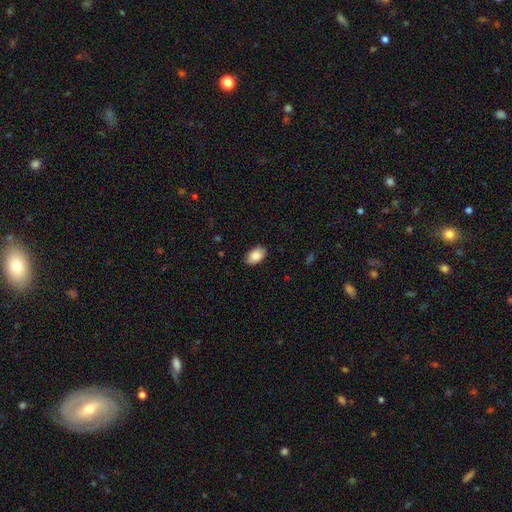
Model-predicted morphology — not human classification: type=smooth (87%); roundness=in between (91%); merging=none (86%).